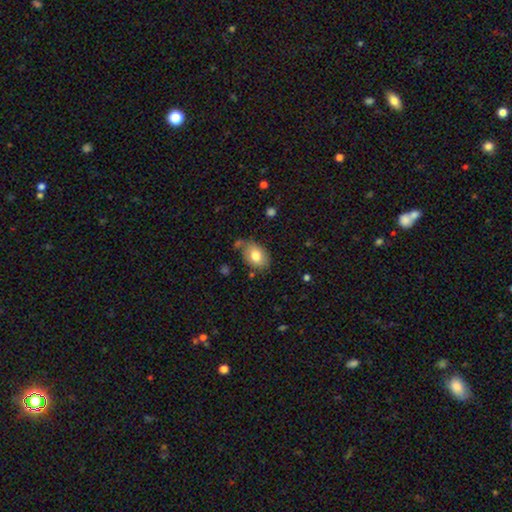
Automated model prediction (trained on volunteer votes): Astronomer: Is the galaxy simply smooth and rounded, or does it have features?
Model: smooth — 77%.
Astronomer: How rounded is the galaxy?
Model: in between — 81%.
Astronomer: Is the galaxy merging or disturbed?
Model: none — 67%.